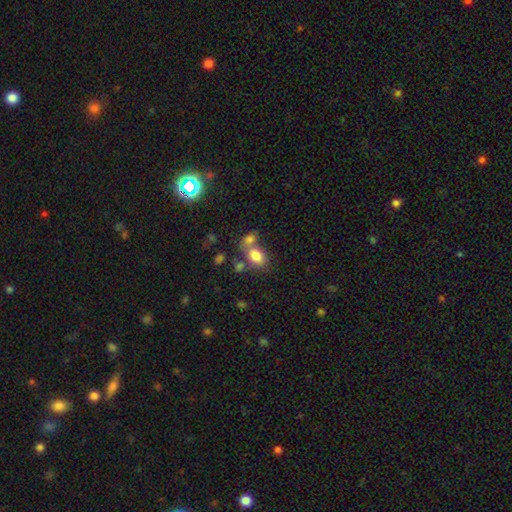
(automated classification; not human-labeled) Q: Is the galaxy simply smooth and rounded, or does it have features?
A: smooth — 79%.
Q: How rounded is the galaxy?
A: in between — 81%.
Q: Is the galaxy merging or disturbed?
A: merger — 41%, tied with none.